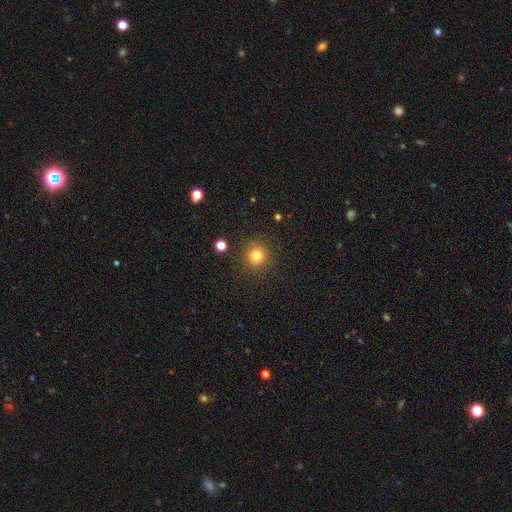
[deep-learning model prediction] Morphology: type=smooth (79%); roundness=round (93%); merging=none (87%).